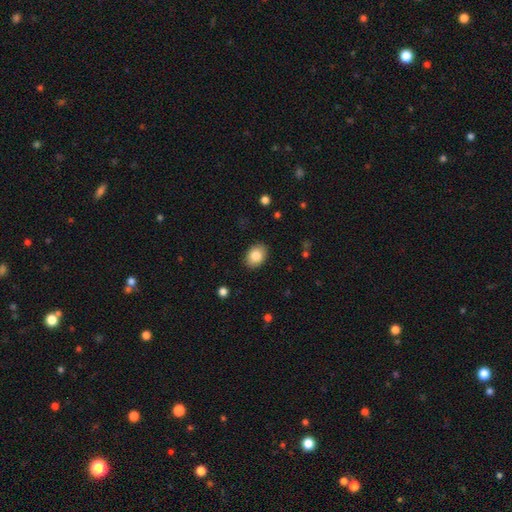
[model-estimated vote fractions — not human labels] smooth-or-featured: smooth: 84% | featured or disk: 8% | star or artifact: 8%
  how-rounded: in between: 74% | round: 25% | cigar-shaped: 1%
  merging: none: 89% | minor disturbance: 8% | major disturbance: 2% | merger: 1%